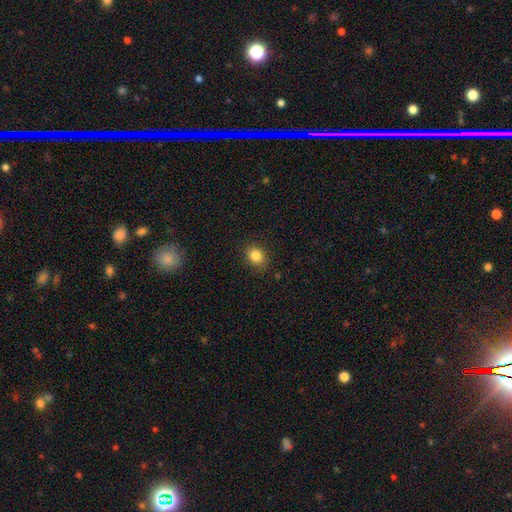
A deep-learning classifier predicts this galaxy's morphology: Smooth or featured? Predicted: smooth (p=0.84). How rounded? Predicted: round (p=0.57). Merging? Predicted: none (p=0.86).